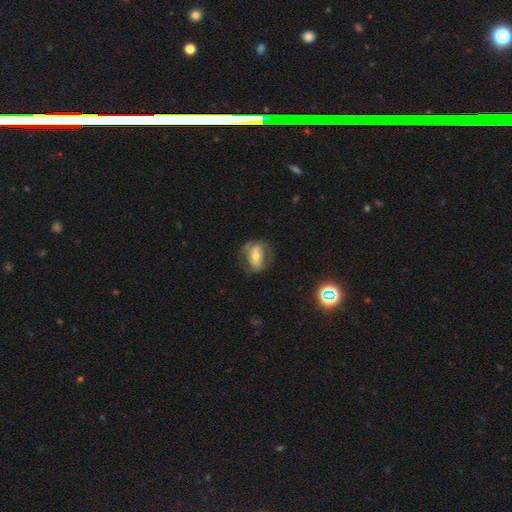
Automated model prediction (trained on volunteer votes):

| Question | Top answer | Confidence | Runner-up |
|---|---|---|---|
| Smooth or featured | featured or disk | 47% | smooth (44%) |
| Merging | none | 59% | minor disturbance (24%) |